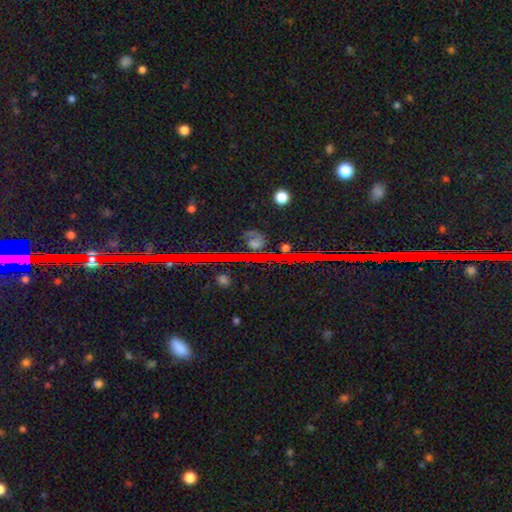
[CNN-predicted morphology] star or artifact 81%, featured or disk 11%, smooth 8%.